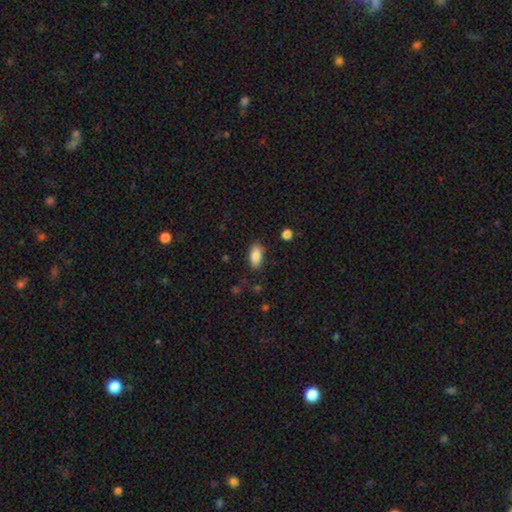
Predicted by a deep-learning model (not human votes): Morphology: type=smooth (86%); roundness=in between (91%); merging=none (82%).